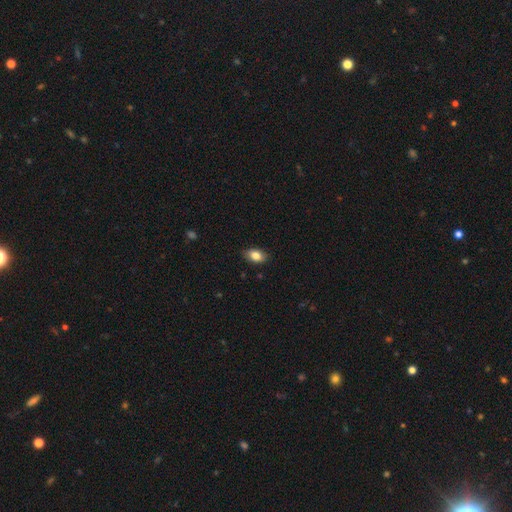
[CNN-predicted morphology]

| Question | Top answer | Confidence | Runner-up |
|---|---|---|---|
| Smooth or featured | smooth | 83% | featured or disk (9%) |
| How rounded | in between | 87% | round (11%) |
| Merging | none | 85% | minor disturbance (12%) |